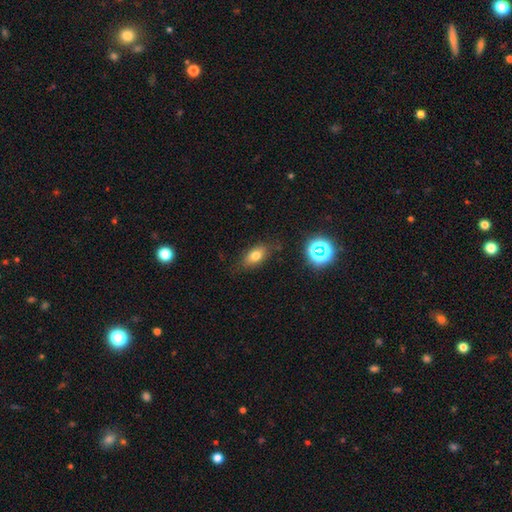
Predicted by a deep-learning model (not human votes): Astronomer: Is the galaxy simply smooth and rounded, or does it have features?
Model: smooth — 72%.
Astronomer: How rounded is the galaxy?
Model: in between — 82%.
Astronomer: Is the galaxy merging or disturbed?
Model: none — 78%.